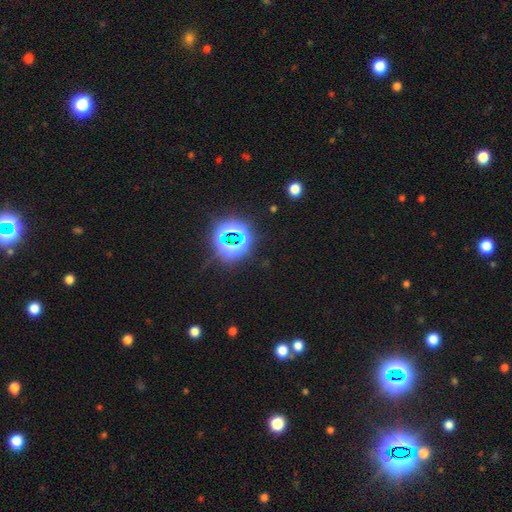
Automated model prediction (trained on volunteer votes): A star or artifact, not a galaxy (73%).

Vote fractions:
- Smooth or featured? star or artifact: 73% / smooth: 16% / featured or disk: 10%